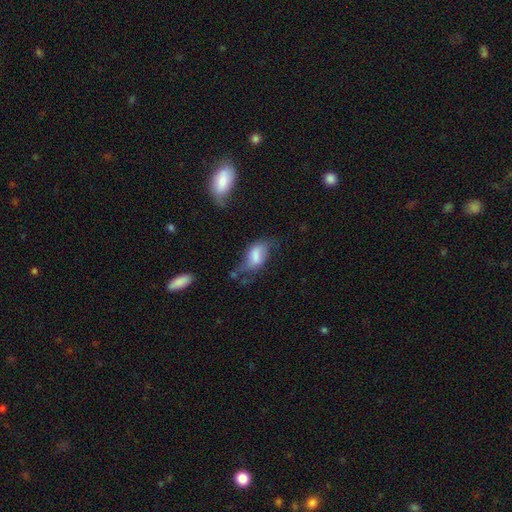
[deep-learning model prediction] A smooth galaxy with no disk features (60%) that is in between round and cigar-shaped (89%). Merging: none (34%).